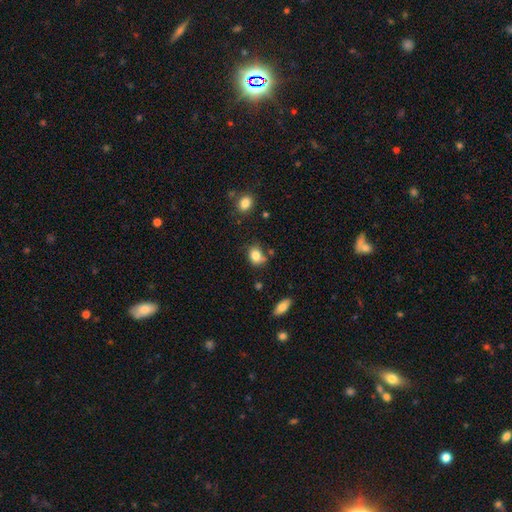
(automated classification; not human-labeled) smooth_or_featured: smooth (p=0.83) [alt: star or artifact p=0.10]
how_rounded: in between (p=0.57) [alt: round p=0.42]
merging: none (p=0.61) [alt: minor disturbance p=0.25]